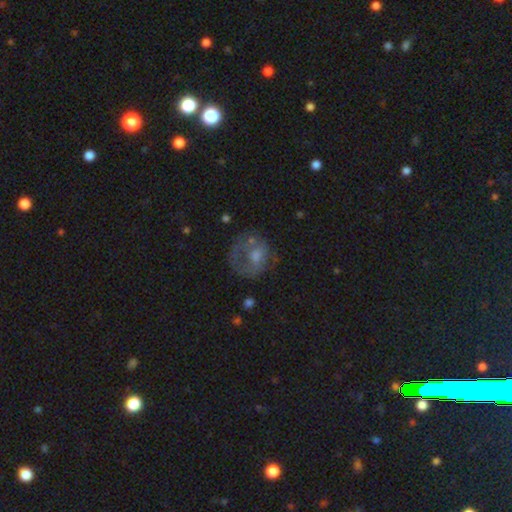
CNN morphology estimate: This appears to be a featured or disk galaxy (47%). Merging: none (45%).